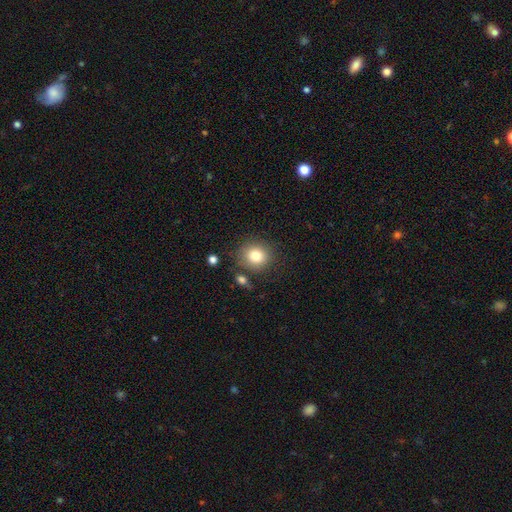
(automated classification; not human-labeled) smooth-or-featured: smooth: 81% | star or artifact: 11% | featured or disk: 9%
  how-rounded: round: 85% | in between: 14% | cigar-shaped: 1%
  merging: none: 81% | minor disturbance: 10% | merger: 5% | major disturbance: 4%